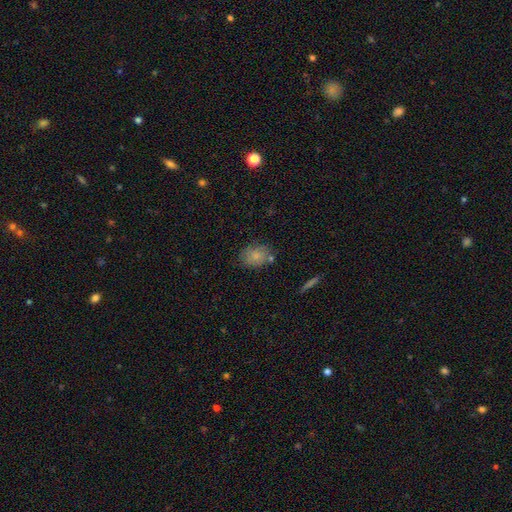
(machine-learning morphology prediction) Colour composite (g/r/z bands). It shows a smooth galaxy with no disk features (78%) that is in between round and cigar-shaped (65%). Merging: none (68%).